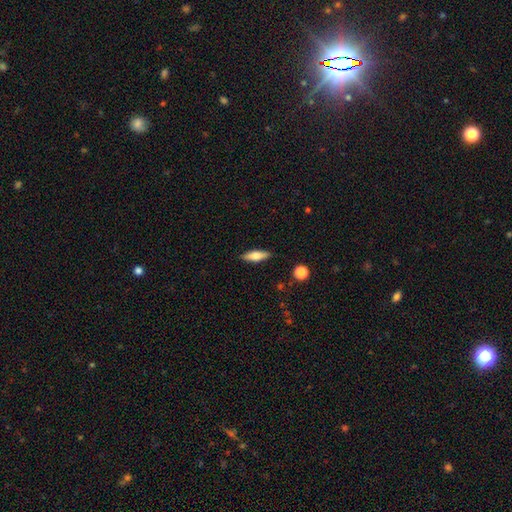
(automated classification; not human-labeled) This appears to be a smooth galaxy with no disk features (62%) that is in between round and cigar-shaped (50%). Merging: none (87%).